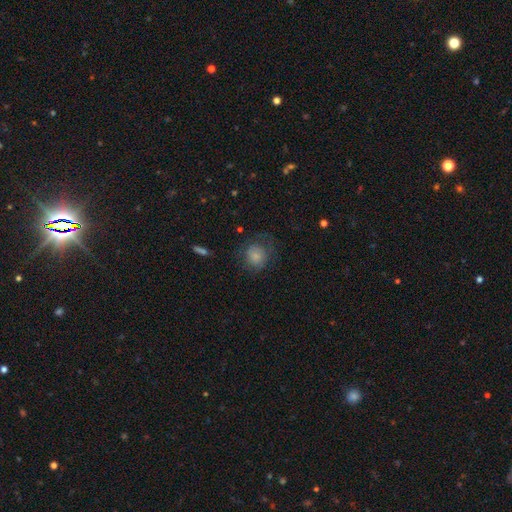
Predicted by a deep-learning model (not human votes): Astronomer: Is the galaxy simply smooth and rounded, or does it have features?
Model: smooth — 78%.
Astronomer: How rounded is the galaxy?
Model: round — 81%.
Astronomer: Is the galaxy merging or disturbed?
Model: none — 61%.